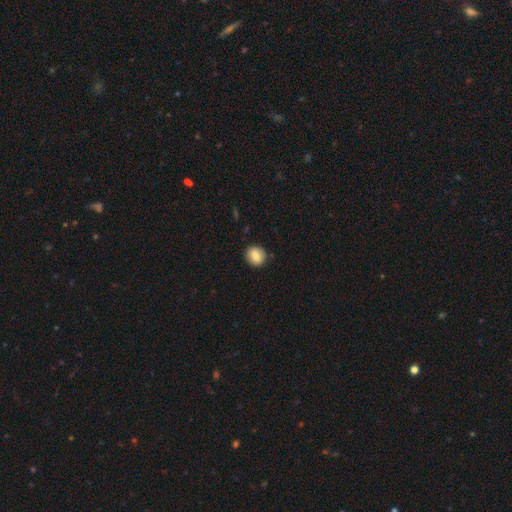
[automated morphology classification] This is likely a smooth galaxy (80%). How rounded: clearly round (81%). Merging: clearly none (88%).